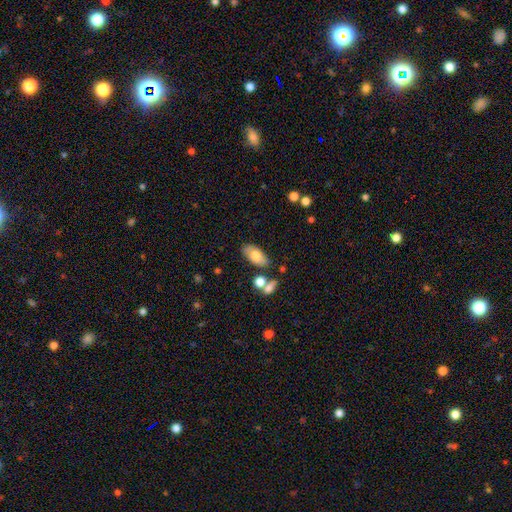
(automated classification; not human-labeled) The model was most divided on "smooth or featured": smooth: 71%, featured or disk: 22%, star or artifact: 8%. More confident: how rounded — in between (91%); merging — none (70%).